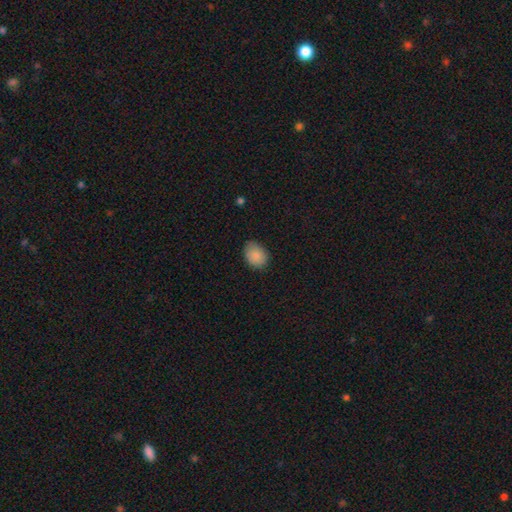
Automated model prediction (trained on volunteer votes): A smooth galaxy with no disk features (88%) that is in between round and cigar-shaped (58%). Merging: none (74%).